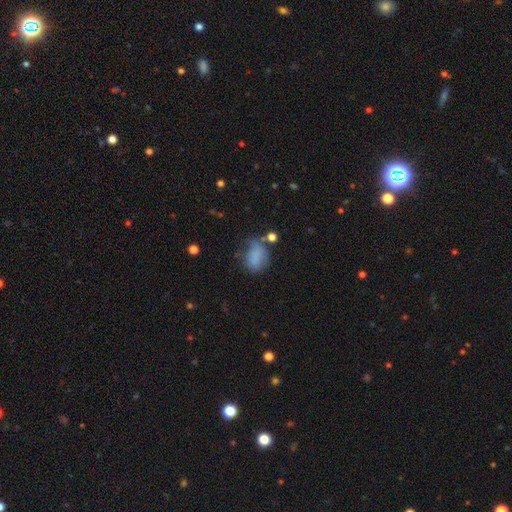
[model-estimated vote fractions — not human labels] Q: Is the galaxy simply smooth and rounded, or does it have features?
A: smooth — 75%.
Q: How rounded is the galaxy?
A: in between — 73%.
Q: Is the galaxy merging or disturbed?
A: none — 40%.